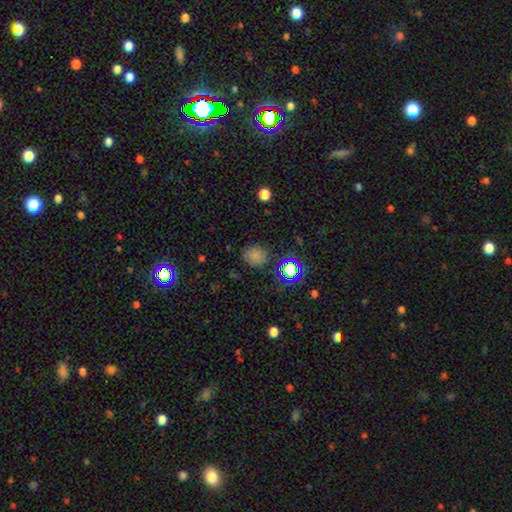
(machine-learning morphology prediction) type=smooth (73%); roundness=round (74%); merging=none (81%).